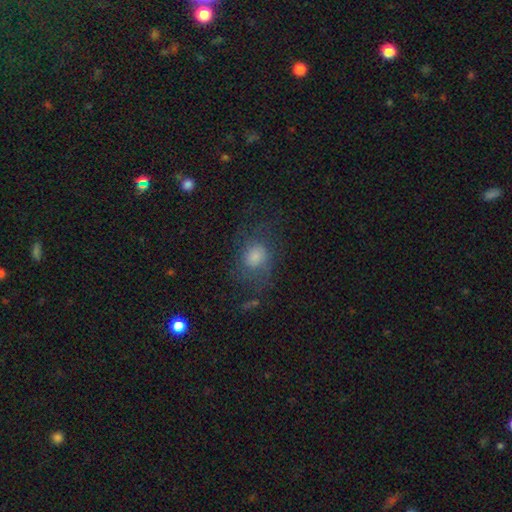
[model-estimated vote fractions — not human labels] A smooth galaxy with no disk features (55%) that is round (58%).

Vote fractions:
- Smooth or featured? smooth: 55% / featured or disk: 31% / star or artifact: 14%
- How rounded? round: 58% / in between: 40% / cigar-shaped: 2%
- Merging? none: 54% / major disturbance: 23% / minor disturbance: 21% / merger: 2%